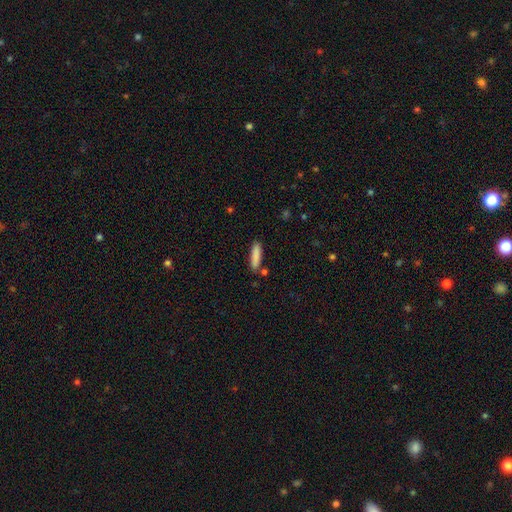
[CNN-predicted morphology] This appears to be a smooth galaxy with no disk features (86%) that is cigar-shaped (77%). Merging: none (82%).